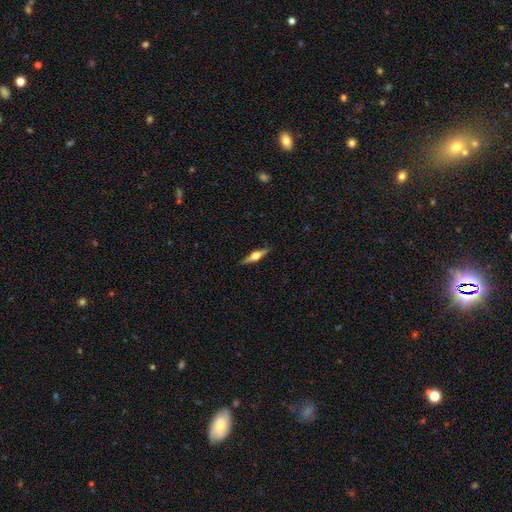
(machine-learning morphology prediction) A featured or disk galaxy (68%) viewed edge-on (97%) with a rounded central bulge (94%). Merging: none (89%).